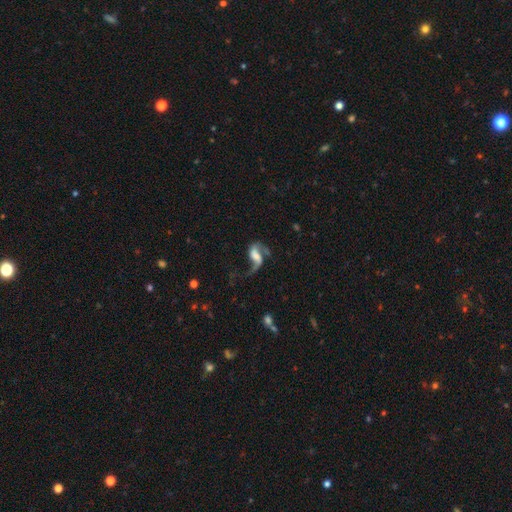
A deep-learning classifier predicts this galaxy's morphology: Overall: featured or disk (75%). Edge-on disk: no (96%). Bar: weak (39%; no 34%). Spiral arms: yes (88%). Spiral arm count: 2 (74%). Spiral winding: loose (77%). Bulge size: moderate (28%; none 24%). Merging: none (38%; major disturbance 37%).